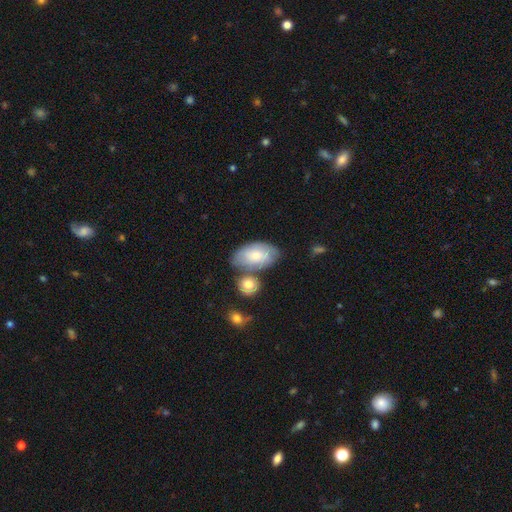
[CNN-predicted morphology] Q: Smooth or featured?
A: smooth (66%); runner-up: featured or disk (28%)
Q: How rounded?
A: in between (93%); runner-up: round (5%)
Q: Merging?
A: none (54%); runner-up: merger (21%)